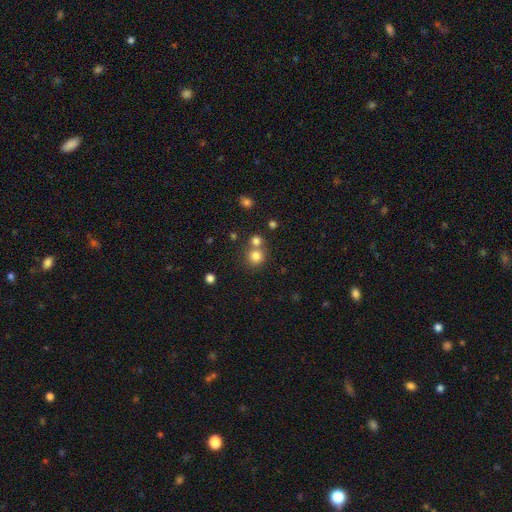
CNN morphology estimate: The model was most divided on "merging": none: 61%, merger: 29%, minor disturbance: 7%, major disturbance: 3%. More confident: how rounded — round (91%); smooth or featured — smooth (80%).